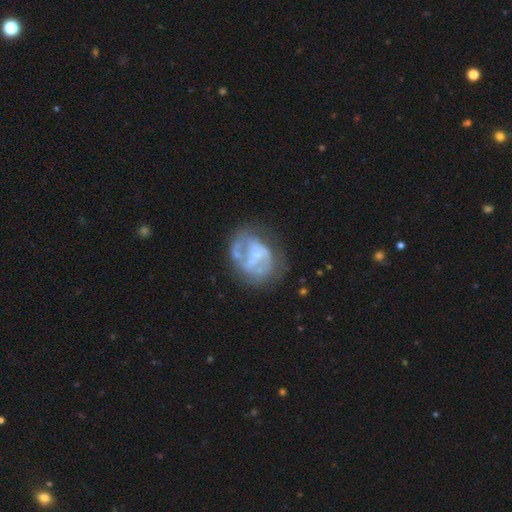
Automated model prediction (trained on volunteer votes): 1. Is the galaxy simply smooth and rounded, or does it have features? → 69% featured or disk, 22% smooth, 8% star or artifact.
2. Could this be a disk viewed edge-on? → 98% no, 2% yes.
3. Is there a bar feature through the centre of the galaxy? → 56% no, 33% weak, 11% strong.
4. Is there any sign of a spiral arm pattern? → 50% no (tied), 50% yes (tied).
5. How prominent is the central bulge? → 42% small, 35% none, 19% moderate, 3% large, 1% dominant.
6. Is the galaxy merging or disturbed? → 45% none, 27% major disturbance, 23% minor disturbance, 6% merger.